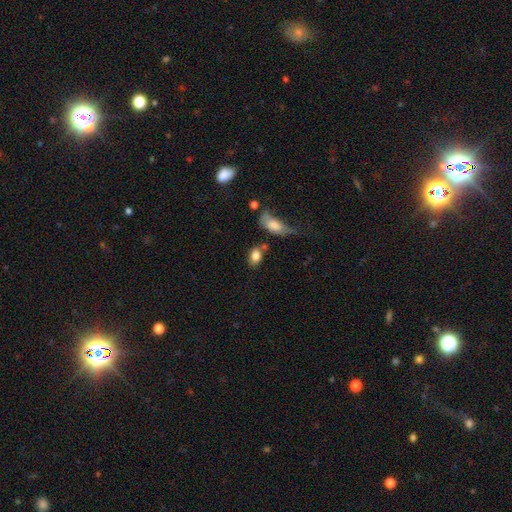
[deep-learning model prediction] smooth-or-featured: smooth: 82% | featured or disk: 9% | star or artifact: 8%
  how-rounded: in between: 82% | round: 15% | cigar-shaped: 3%
  merging: none: 60% | minor disturbance: 19% | merger: 14% | major disturbance: 7%